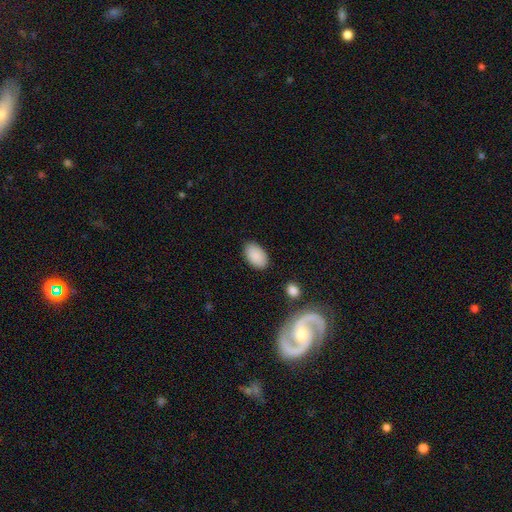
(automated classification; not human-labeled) Q: Smooth or featured?
A: smooth (88%); runner-up: star or artifact (7%)
Q: How rounded?
A: in between (93%); runner-up: round (6%)
Q: Merging?
A: none (85%); runner-up: minor disturbance (10%)